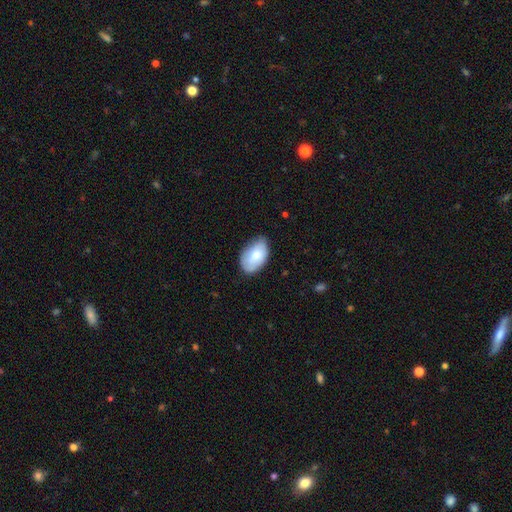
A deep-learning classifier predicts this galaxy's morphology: A smooth galaxy with no disk features (69%) that is in between round and cigar-shaped (93%).

Vote fractions:
- Smooth or featured? smooth: 69% / featured or disk: 25% / star or artifact: 6%
- How rounded? in between: 93% / round: 6% / cigar-shaped: 1%
- Merging? none: 69% / minor disturbance: 25% / major disturbance: 5% / merger: 1%